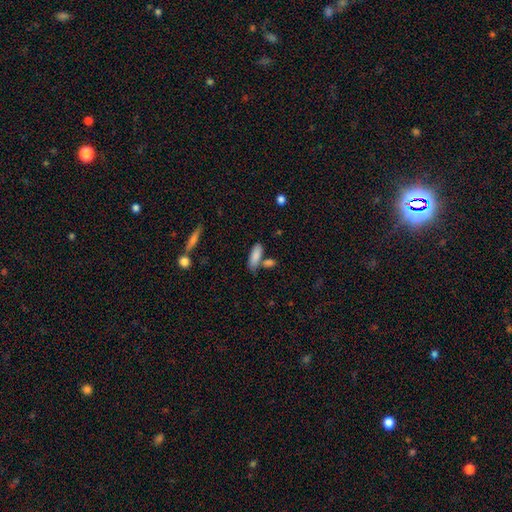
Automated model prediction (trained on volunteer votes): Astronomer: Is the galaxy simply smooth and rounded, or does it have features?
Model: smooth — 85%.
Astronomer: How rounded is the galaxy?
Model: in between — 73%.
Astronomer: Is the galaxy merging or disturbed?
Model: none — 59%.